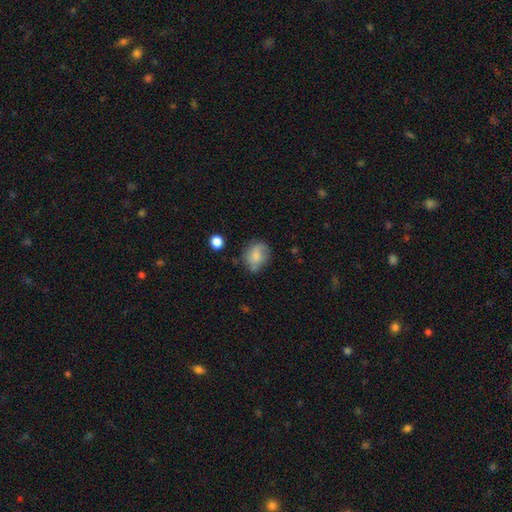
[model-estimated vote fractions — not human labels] A smooth galaxy with no disk features (69%) that is round (51%).

Vote fractions:
- Smooth or featured? smooth: 69% / featured or disk: 22% / star or artifact: 9%
- How rounded? round: 51% / in between: 48% / cigar-shaped: 1%
- Merging? none: 57% / minor disturbance: 29% / major disturbance: 10% / merger: 3%